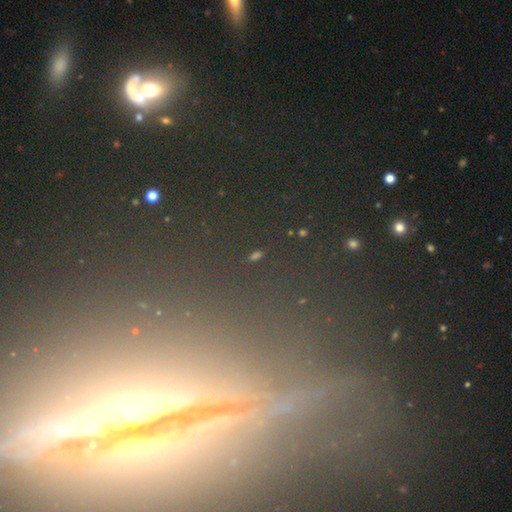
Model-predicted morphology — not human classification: Q: Smooth or featured?
A: star or artifact (66%); runner-up: smooth (19%)